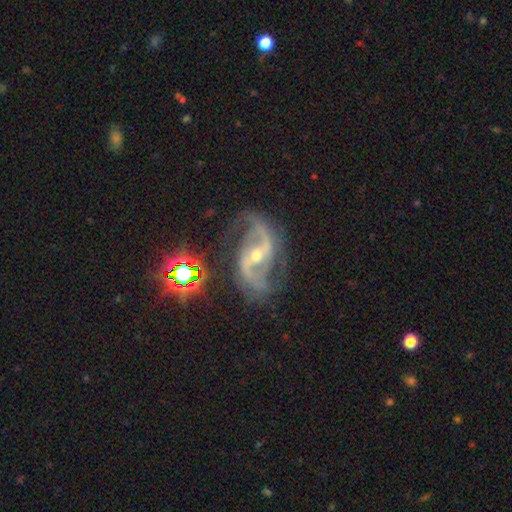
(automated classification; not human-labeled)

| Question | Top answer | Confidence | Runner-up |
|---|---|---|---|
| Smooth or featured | featured or disk | 91% | star or artifact (7%) |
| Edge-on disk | no | 97% | yes (3%) |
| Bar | strong | 48% | weak (34%) |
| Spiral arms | yes | 98% | no (2%) |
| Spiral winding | medium | 46% | loose (43%) |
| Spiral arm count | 2 | 92% | can't tell (2%) |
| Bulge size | small | 55% | moderate (42%) |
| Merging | none | 73% | minor disturbance (16%) |